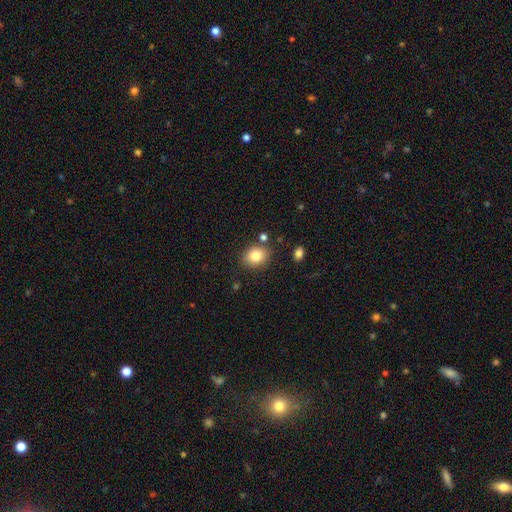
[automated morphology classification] type=smooth (82%); roundness=round (59%); merging=none (82%).